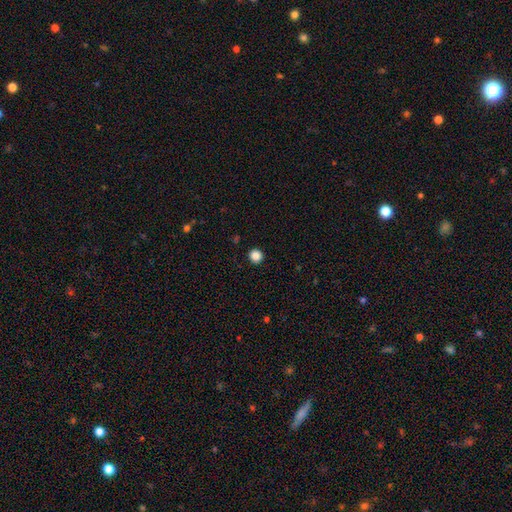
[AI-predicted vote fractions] Smooth or featured? Predicted: smooth (p=0.86). How rounded? Predicted: round (p=0.94). Merging? Predicted: none (p=0.93).